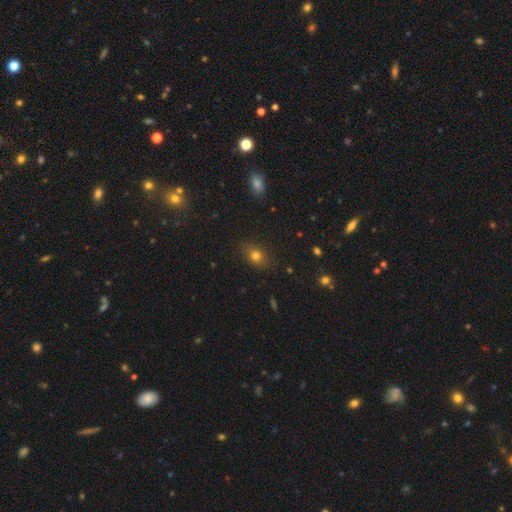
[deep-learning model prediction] This appears to be a smooth galaxy with no disk features (75%) that is in between round and cigar-shaped (60%). Merging: none (81%).